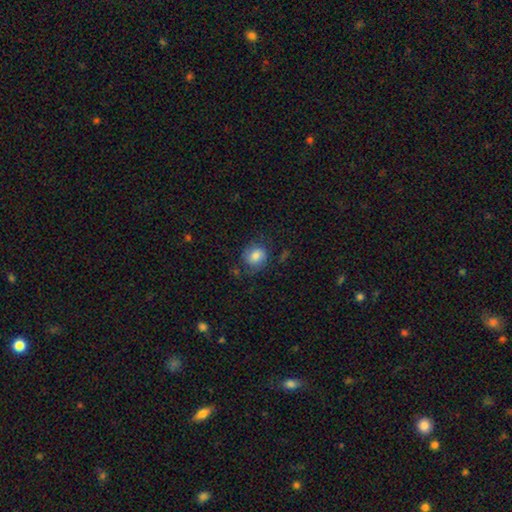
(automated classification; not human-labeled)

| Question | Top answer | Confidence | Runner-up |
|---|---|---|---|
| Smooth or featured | smooth | 75% | featured or disk (16%) |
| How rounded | round | 70% | in between (29%) |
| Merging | none | 65% | minor disturbance (22%) |